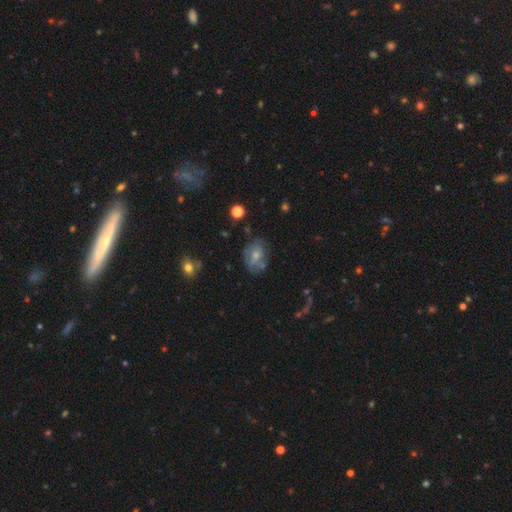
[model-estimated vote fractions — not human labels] smooth-or-featured: smooth: 49% | featured or disk: 42% | star or artifact: 9%
  merging: none: 54% | minor disturbance: 26% | major disturbance: 13% | merger: 6%